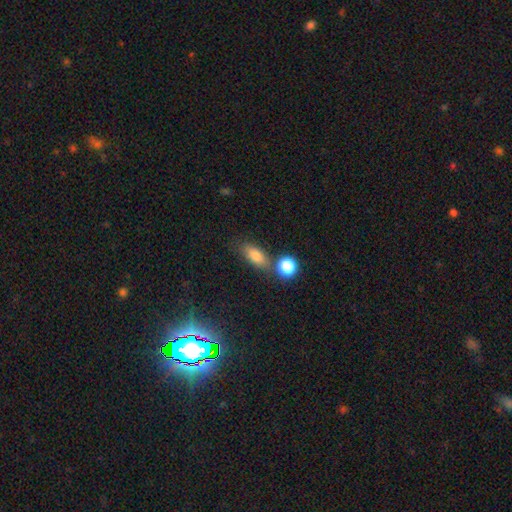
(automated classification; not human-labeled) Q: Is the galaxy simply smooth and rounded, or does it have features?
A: smooth — 81%.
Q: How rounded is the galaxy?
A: in between — 75%.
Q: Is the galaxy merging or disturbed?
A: none — 64%.